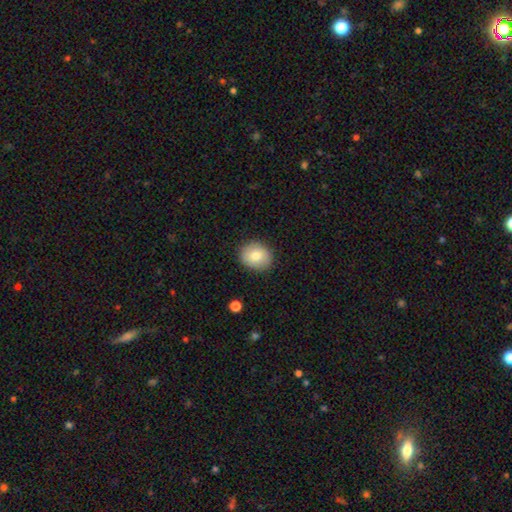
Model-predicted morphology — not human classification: smooth 78%, featured or disk 14%, star or artifact 8%. Down the decision tree: how rounded — round (71%); merging — none (88%).